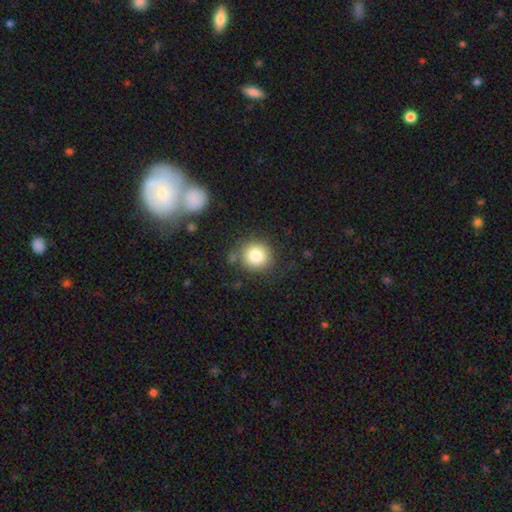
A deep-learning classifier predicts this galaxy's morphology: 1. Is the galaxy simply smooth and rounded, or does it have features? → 83% smooth, 10% star or artifact, 7% featured or disk.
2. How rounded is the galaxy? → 89% round, 10% in between, 1% cigar-shaped.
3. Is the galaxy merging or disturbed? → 80% none, 12% minor disturbance, 5% merger, 4% major disturbance.